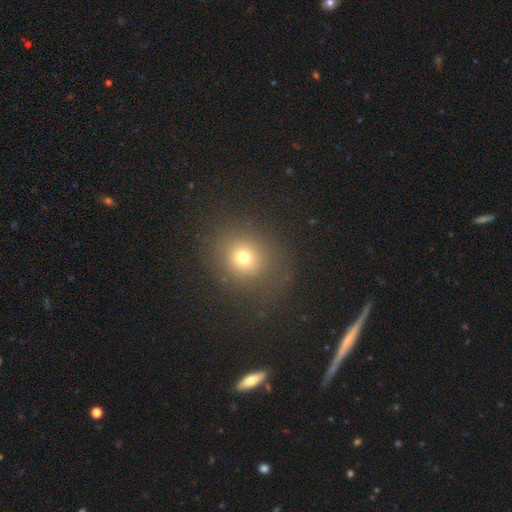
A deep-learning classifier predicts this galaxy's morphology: Overall: smooth (60%; star or artifact 29%). How rounded: round (79%). Merging: none (88%).